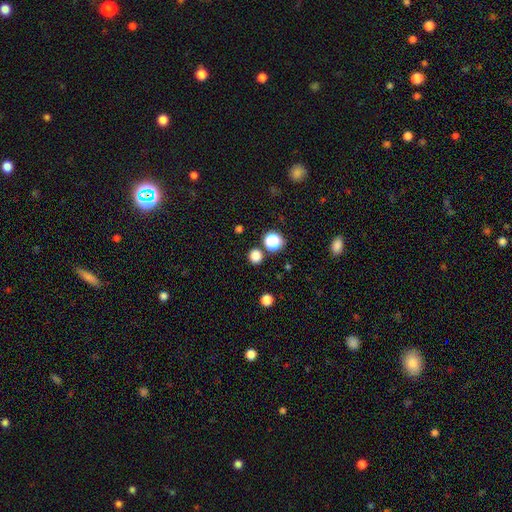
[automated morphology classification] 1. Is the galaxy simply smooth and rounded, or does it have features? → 79% smooth, 17% star or artifact, 4% featured or disk.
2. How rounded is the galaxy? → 91% round, 8% in between, 1% cigar-shaped.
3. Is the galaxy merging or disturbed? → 85% none, 6% minor disturbance, 6% merger, 3% major disturbance.